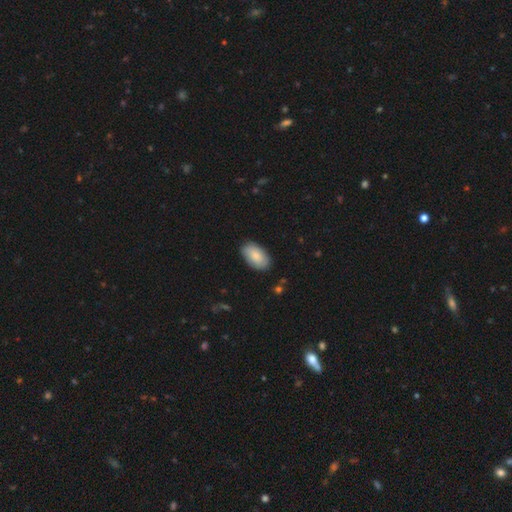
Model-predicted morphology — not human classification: This is clearly a smooth galaxy (84%). How rounded: clearly in between (95%). Merging: clearly none (85%).